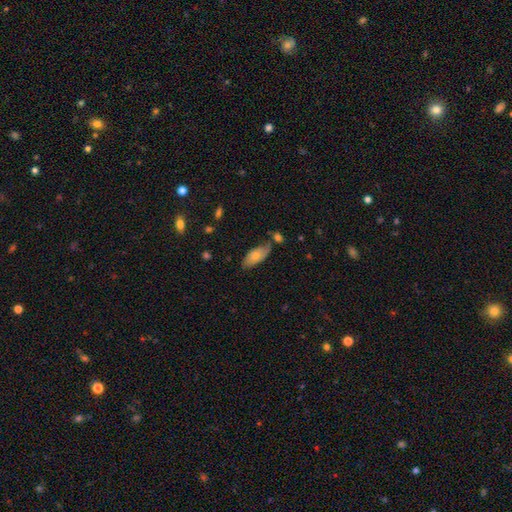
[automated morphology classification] Smooth or featured: smooth — 64% (featured or disk — 29%)
How rounded: in between — 89% (cigar-shaped — 9%)
Merging: none — 58% (minor disturbance — 25%)